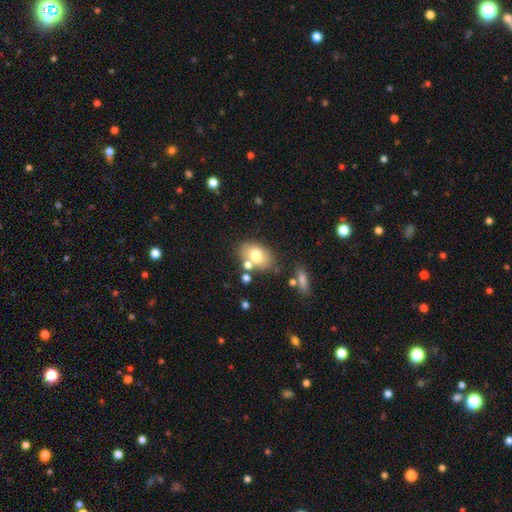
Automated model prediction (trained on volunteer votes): Smooth or featured?
  - smooth: 71% *
  - featured or disk: 20%
  - star or artifact: 9%
How rounded?
  - in between: 81% *
  - round: 18%
  - cigar-shaped: 1%
Merging?
  - none: 66% *
  - merger: 15%
  - minor disturbance: 14%
  - major disturbance: 5%